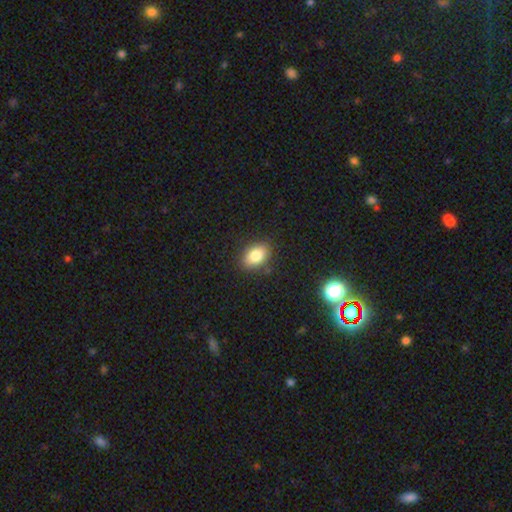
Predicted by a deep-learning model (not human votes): A smooth galaxy with no disk features (83%) that is in between round and cigar-shaped (83%). Merging: none (84%).